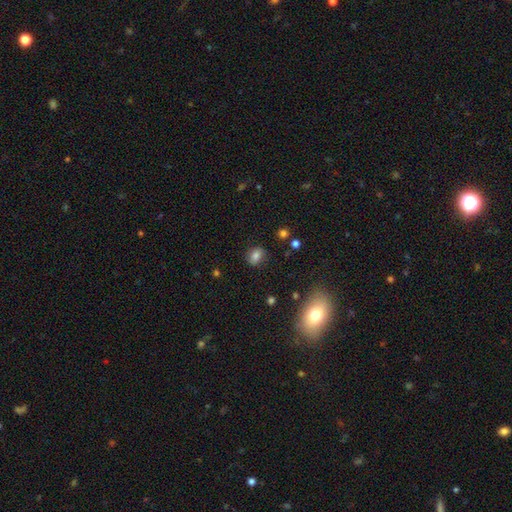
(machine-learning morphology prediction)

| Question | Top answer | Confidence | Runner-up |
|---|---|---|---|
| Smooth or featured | smooth | 75% | featured or disk (13%) |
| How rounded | in between | 57% | round (41%) |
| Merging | none | 83% | minor disturbance (12%) |